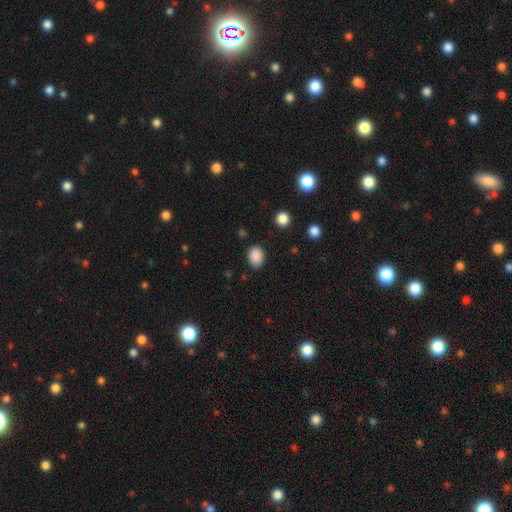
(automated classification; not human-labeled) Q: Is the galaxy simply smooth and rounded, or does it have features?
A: smooth — 88%.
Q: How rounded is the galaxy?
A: in between — 60%.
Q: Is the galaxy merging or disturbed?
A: none — 82%.